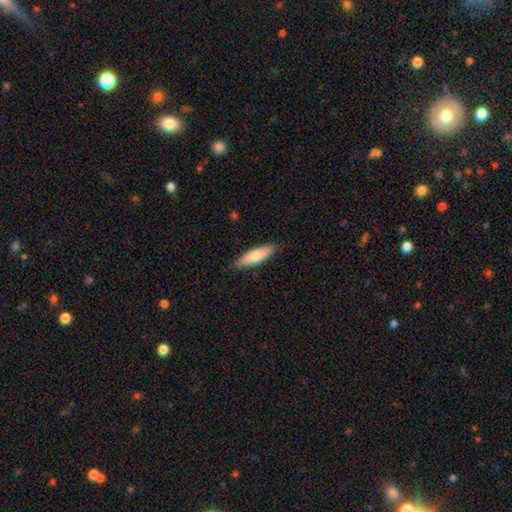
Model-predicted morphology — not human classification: Smooth or featured?
  - smooth: 75% *
  - featured or disk: 20%
  - star or artifact: 5%
How rounded?
  - cigar-shaped: 57% *
  - in between: 42%
  - round: 2%
Merging?
  - none: 84% *
  - minor disturbance: 13%
  - major disturbance: 2%
  - merger: 1%